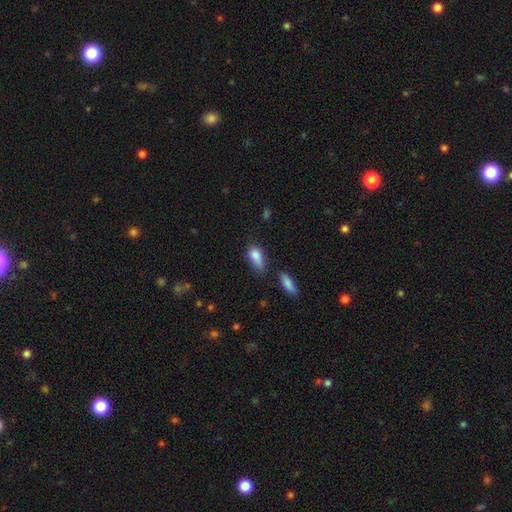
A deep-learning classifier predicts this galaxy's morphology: Smooth or featured? smooth (82%)
How rounded? in between (84%)
Merging? none (39%)